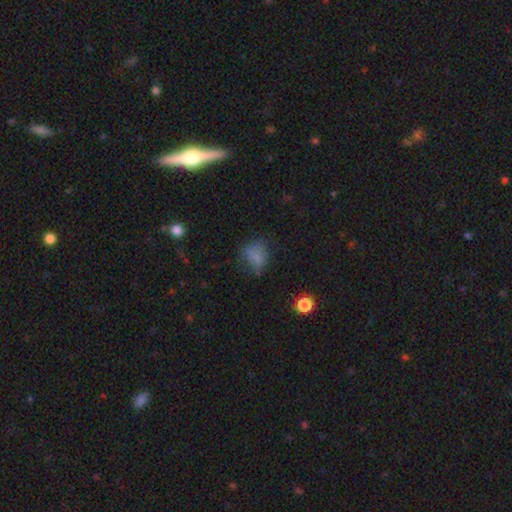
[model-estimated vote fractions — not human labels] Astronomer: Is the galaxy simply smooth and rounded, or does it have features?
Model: smooth — 70%.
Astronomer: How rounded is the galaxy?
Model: in between — 50% (runner-up: round, 49%).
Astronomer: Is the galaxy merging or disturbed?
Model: none — 54%.